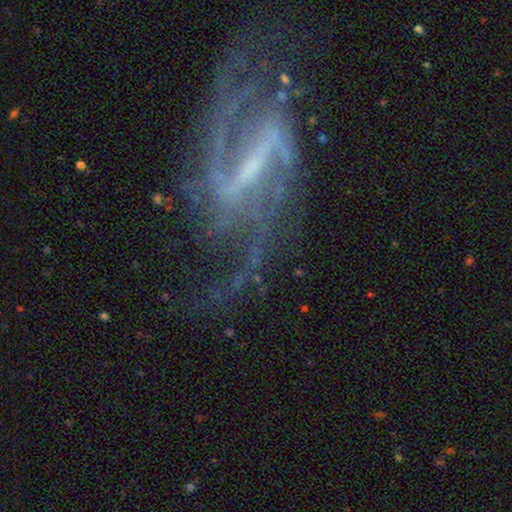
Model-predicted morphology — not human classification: Overall: featured or disk (89%). Edge-on disk: no (95%). Bar: strong (63%; weak 29%). Spiral arms: yes (95%). Spiral arm count: 2 (70%). Spiral winding: loose (46%; medium 40%). Bulge size: small (52%; none 27%). Merging: none (56%; major disturbance 23%).